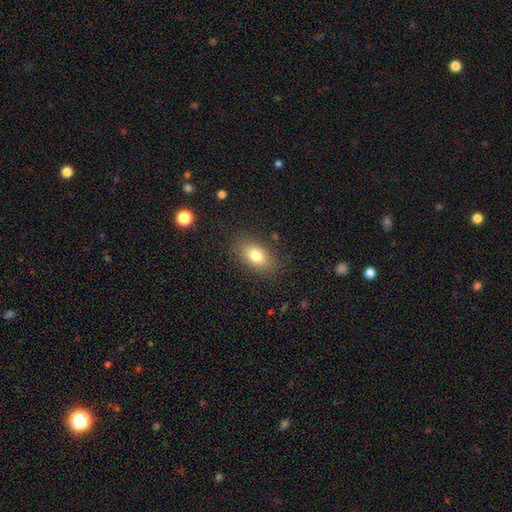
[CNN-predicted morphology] A smooth galaxy with no disk features (78%) that is in between round and cigar-shaped (86%).

Vote fractions:
- Smooth or featured? smooth: 78% / featured or disk: 12% / star or artifact: 9%
- How rounded? in between: 86% / round: 10% / cigar-shaped: 4%
- Merging? none: 83% / minor disturbance: 12% / major disturbance: 4% / merger: 1%